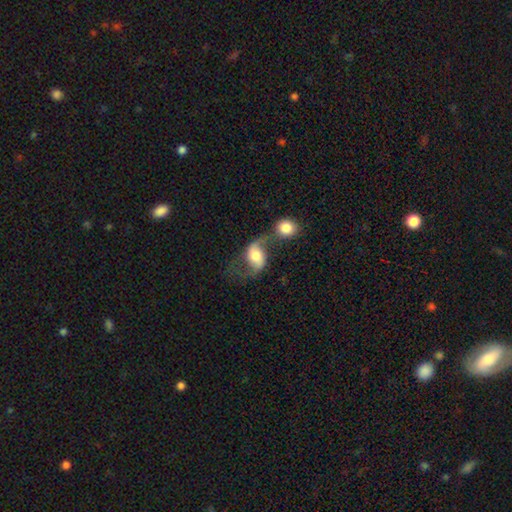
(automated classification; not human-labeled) smooth-or-featured: featured or disk: 61% | smooth: 31% | star or artifact: 8%
  disk-edge-on: no: 96% | yes: 4%
    bar: no: 51% | weak: 35% | strong: 14%
    has-spiral-arms: yes: 84% | no: 16%
    bulge-size: moderate: 42% | large: 34% | small: 12% | dominant: 7% | none: 5%
  merging: merger: 53% | none: 21% | major disturbance: 15% | minor disturbance: 11%